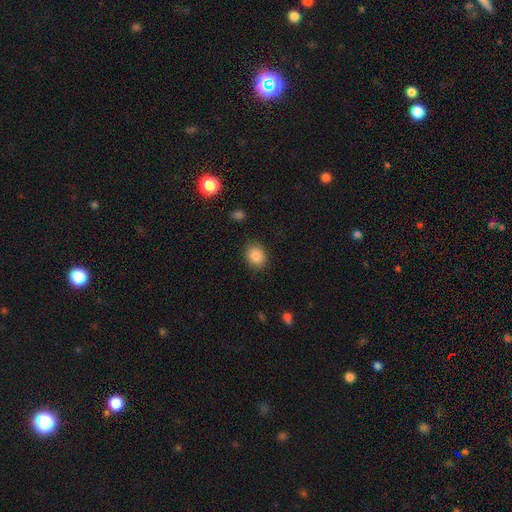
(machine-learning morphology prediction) Smooth or featured?
  - smooth: 87% *
  - star or artifact: 8%
  - featured or disk: 4%
How rounded?
  - in between: 60% *
  - round: 39%
  - cigar-shaped: 1%
Merging?
  - none: 85% *
  - minor disturbance: 11%
  - major disturbance: 3%
  - merger: 1%